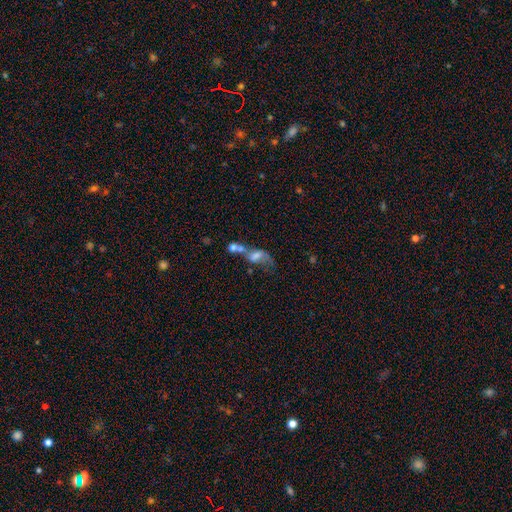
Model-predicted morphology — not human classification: Smooth or featured: featured or disk — 45% (smooth — 35%)
Merging: merger — 46% (none — 22%)